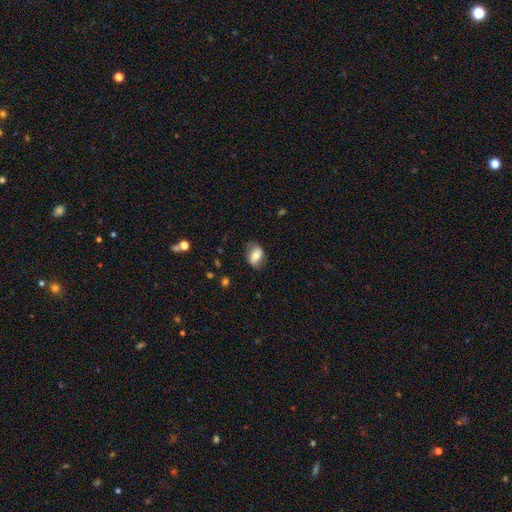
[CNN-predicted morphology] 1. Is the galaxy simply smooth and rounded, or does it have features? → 68% smooth, 24% featured or disk, 8% star or artifact.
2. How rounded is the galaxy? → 78% in between, 20% round, 2% cigar-shaped.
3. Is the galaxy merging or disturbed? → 74% none, 20% minor disturbance, 5% major disturbance, 1% merger.